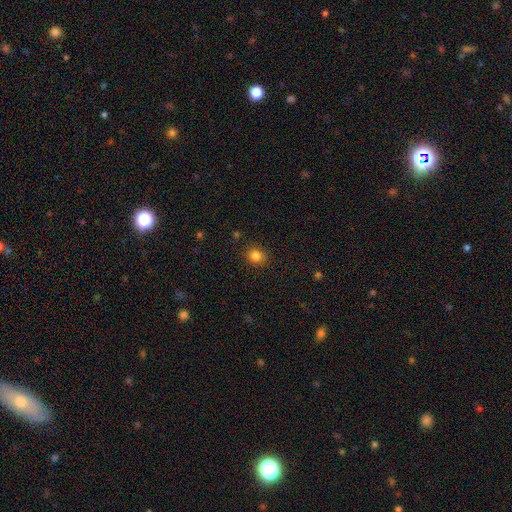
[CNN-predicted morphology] Overall: smooth (83%). How rounded: round (80%). Merging: none (88%).